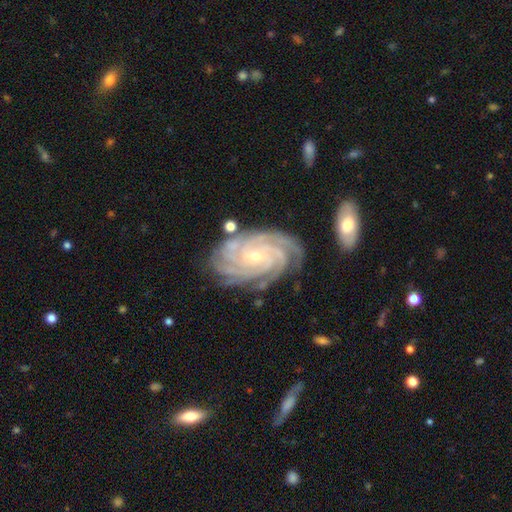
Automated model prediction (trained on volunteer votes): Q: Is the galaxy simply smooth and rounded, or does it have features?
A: featured or disk — 92%.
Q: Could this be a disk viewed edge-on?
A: no — 97%.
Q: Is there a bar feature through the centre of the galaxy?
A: no — 59%.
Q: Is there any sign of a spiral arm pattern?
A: yes — 99%.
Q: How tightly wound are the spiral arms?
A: tight — 81%.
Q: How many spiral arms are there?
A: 4 — 43%.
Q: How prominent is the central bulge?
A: small — 69%.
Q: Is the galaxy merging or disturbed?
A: none — 78%.